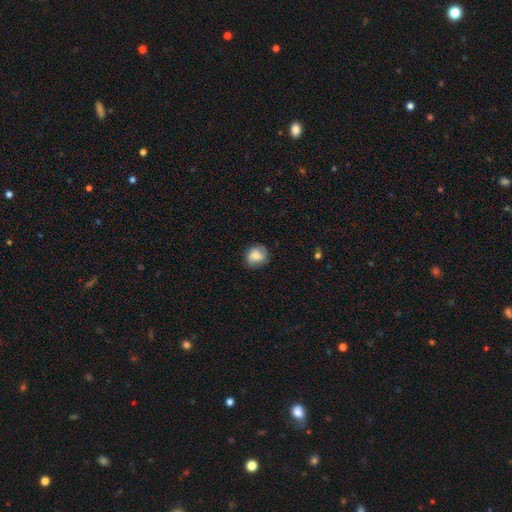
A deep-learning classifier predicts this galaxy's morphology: A smooth galaxy with no disk features (63%) that is round (71%).

Vote fractions:
- Smooth or featured? smooth: 63% / featured or disk: 28% / star or artifact: 9%
- How rounded? round: 71% / in between: 28% / cigar-shaped: 1%
- Merging? none: 74% / minor disturbance: 19% / major disturbance: 6% / merger: 1%